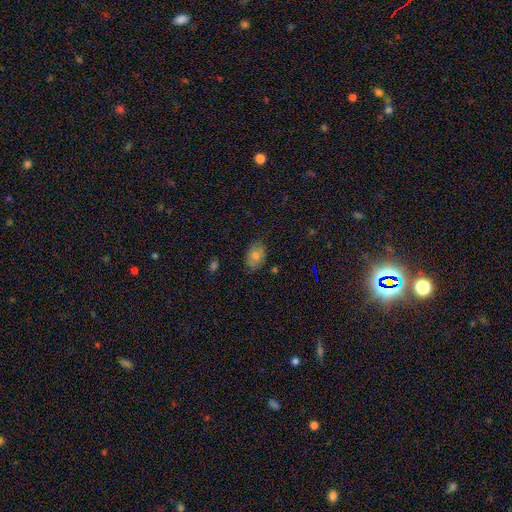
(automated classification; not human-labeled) Smooth or featured?
  - smooth: 63% *
  - featured or disk: 22%
  - star or artifact: 15%
How rounded?
  - in between: 78% *
  - round: 21%
  - cigar-shaped: 1%
Merging?
  - none: 79% *
  - minor disturbance: 17%
  - major disturbance: 3%
  - merger: 1%